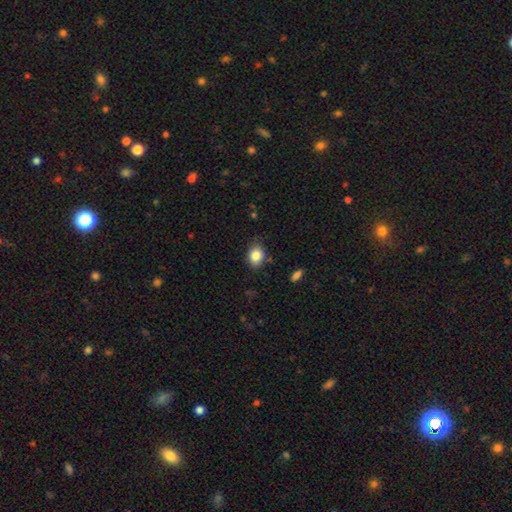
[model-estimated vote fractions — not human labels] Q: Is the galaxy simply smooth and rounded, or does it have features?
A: smooth — 85%.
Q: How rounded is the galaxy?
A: in between — 59%.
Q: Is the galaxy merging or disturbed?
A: none — 80%.